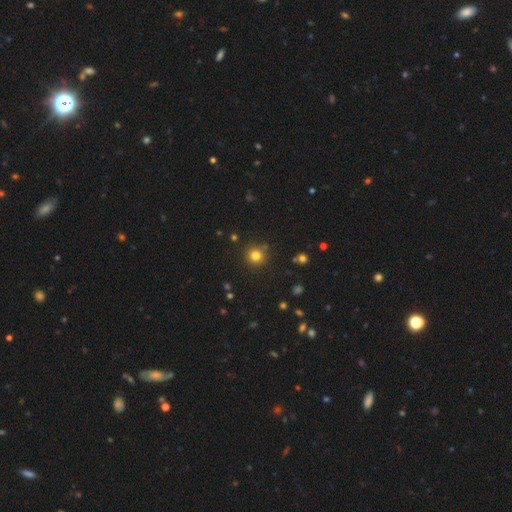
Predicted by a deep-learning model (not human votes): This appears to be a smooth galaxy with no disk features (79%) that is round (93%). Merging: none (86%).